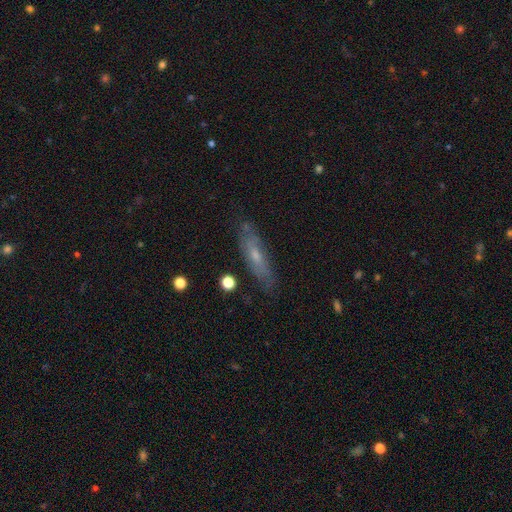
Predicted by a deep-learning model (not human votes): The model was most divided on "smooth or featured": featured or disk: 49%, smooth: 43%, star or artifact: 8%. More confident: merging — none (77%).